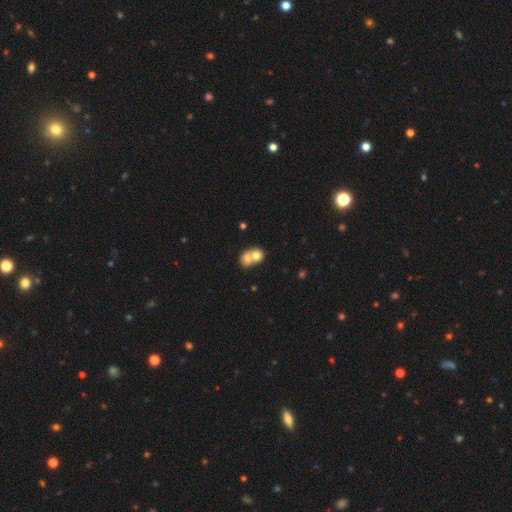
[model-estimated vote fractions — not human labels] smooth_or_featured: smooth (p=0.70) [alt: featured or disk p=0.22]
how_rounded: round (p=0.61) [alt: in between p=0.38]
merging: merger (p=0.71) [alt: none p=0.21]